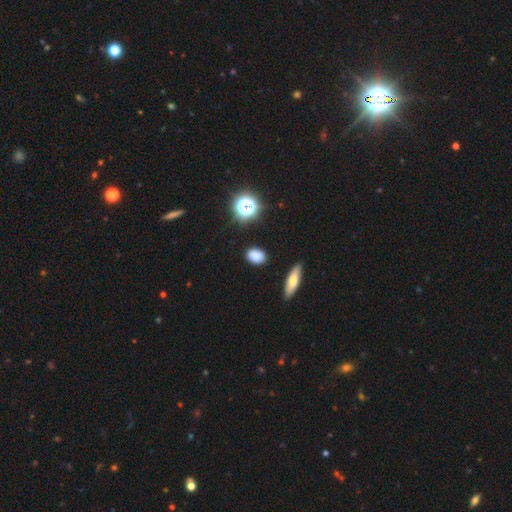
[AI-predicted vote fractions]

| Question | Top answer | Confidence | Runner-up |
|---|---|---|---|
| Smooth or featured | smooth | 81% | star or artifact (13%) |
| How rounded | in between | 71% | round (26%) |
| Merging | none | 85% | minor disturbance (10%) |